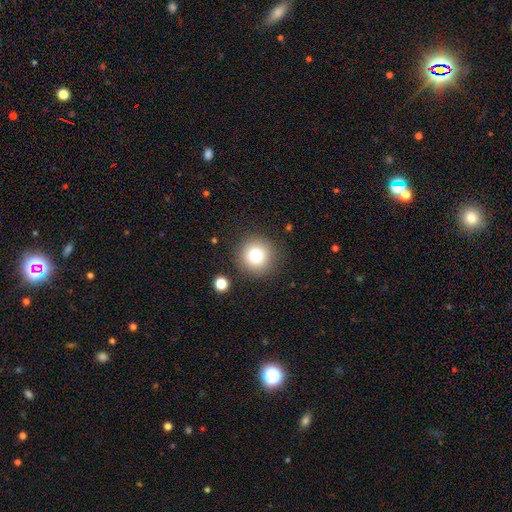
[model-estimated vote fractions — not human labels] Smooth or featured: smooth — 78% (star or artifact — 13%)
How rounded: round — 95% (in between — 4%)
Merging: none — 87% (minor disturbance — 7%)